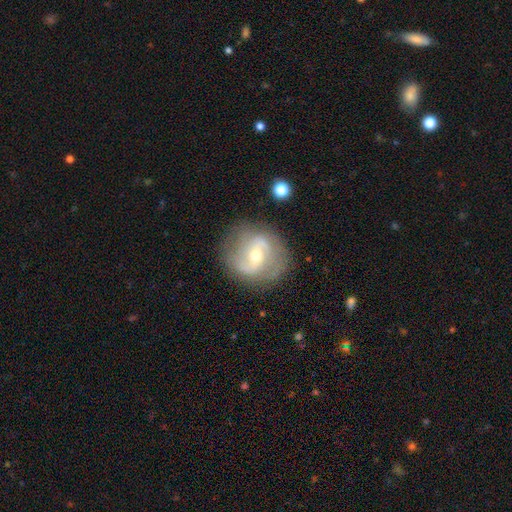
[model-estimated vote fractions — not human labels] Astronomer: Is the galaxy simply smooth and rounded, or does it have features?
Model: featured or disk — 80%.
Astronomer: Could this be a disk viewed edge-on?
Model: no — 97%.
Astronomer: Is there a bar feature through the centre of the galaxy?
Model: weak — 46% (runner-up: strong, 27%).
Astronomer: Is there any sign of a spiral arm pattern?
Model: yes — 90%.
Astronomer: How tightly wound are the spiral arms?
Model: medium — 43% (runner-up: loose, 38%).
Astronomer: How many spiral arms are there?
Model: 2 — 82%.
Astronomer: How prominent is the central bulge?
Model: small — 50% (runner-up: moderate, 46%).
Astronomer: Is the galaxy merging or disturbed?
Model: none — 77%.